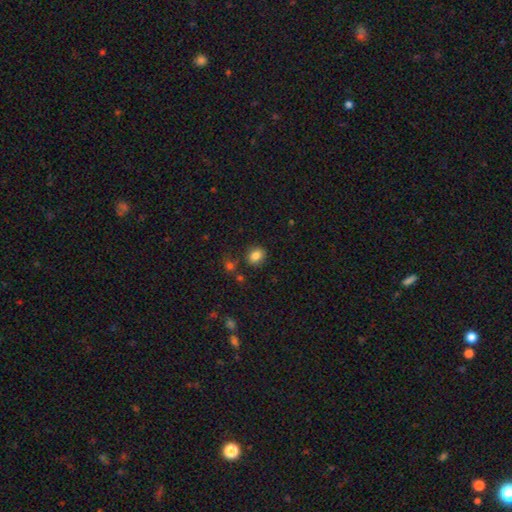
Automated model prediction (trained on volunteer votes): smooth-or-featured: smooth: 83% | star or artifact: 11% | featured or disk: 6%
  how-rounded: round: 56% | in between: 43% | cigar-shaped: 1%
  merging: none: 82% | minor disturbance: 10% | merger: 5% | major disturbance: 3%